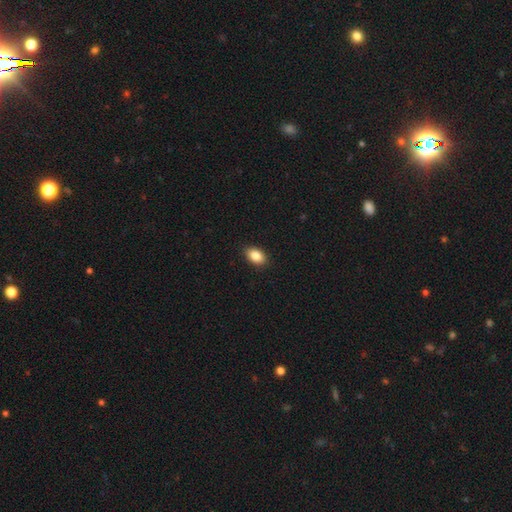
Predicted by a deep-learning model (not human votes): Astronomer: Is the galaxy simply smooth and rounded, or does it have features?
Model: smooth — 86%.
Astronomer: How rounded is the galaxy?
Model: in between — 88%.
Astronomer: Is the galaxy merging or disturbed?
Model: none — 90%.